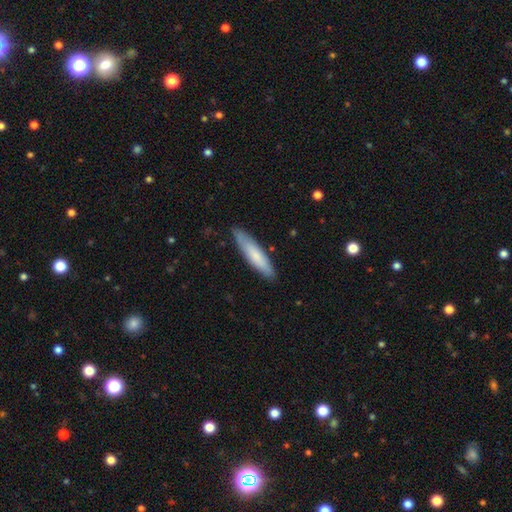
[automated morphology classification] smooth-or-featured: smooth: 74% | featured or disk: 21% | star or artifact: 5%
  how-rounded: cigar-shaped: 81% | in between: 18% | round: 1%
  merging: none: 86% | minor disturbance: 11% | major disturbance: 2% | merger: 1%